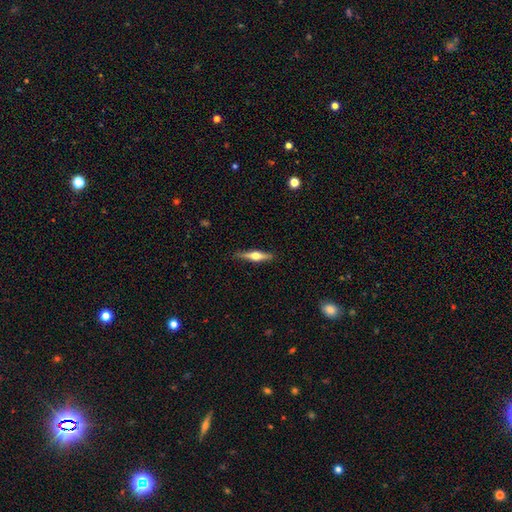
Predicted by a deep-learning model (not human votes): A featured or disk galaxy (62%) viewed edge-on (97%) with a rounded central bulge (94%).

Vote fractions:
- Smooth or featured? featured or disk: 62% / smooth: 33% / star or artifact: 5%
- Edge-on disk? yes: 97% / no: 3%
- Edge-on bulge? rounded: 94% / boxy: 3% / none: 2%
- Merging? none: 87% / minor disturbance: 10% / major disturbance: 2% / merger: 1%